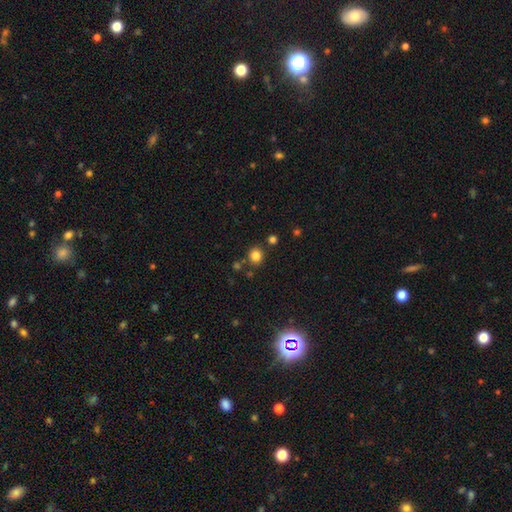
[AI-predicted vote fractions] smooth-or-featured: smooth: 81% | star or artifact: 14% | featured or disk: 5%
  how-rounded: round: 88% | in between: 11% | cigar-shaped: 1%
  merging: none: 81% | minor disturbance: 8% | merger: 8% | major disturbance: 3%